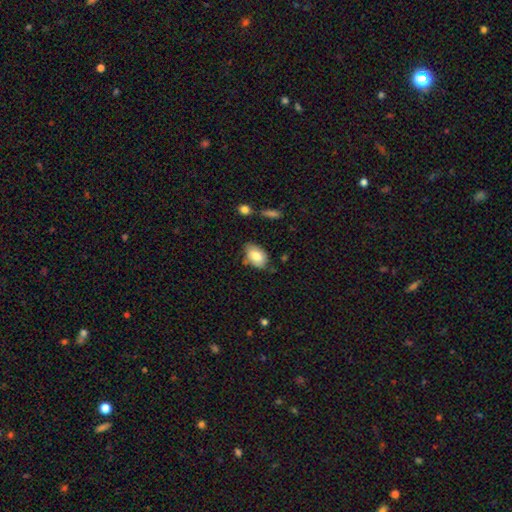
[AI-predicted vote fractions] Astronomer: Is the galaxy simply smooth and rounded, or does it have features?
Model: smooth — 80%.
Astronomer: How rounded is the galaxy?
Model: in between — 90%.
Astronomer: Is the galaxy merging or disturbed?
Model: none — 71%.